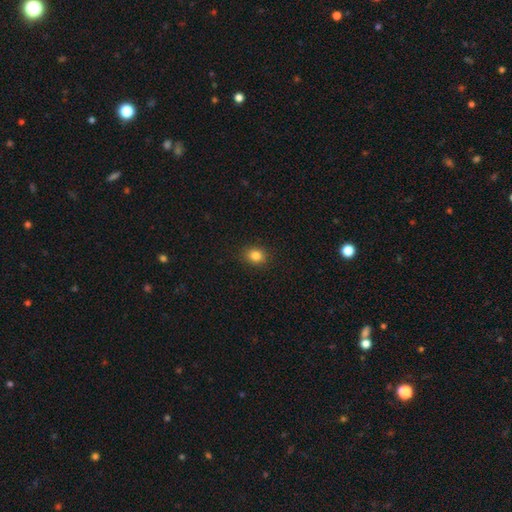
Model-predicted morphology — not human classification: smooth-or-featured: smooth: 84% | star or artifact: 11% | featured or disk: 5%
  how-rounded: round: 63% | in between: 36% | cigar-shaped: 1%
  merging: none: 89% | minor disturbance: 8% | major disturbance: 2% | merger: 1%